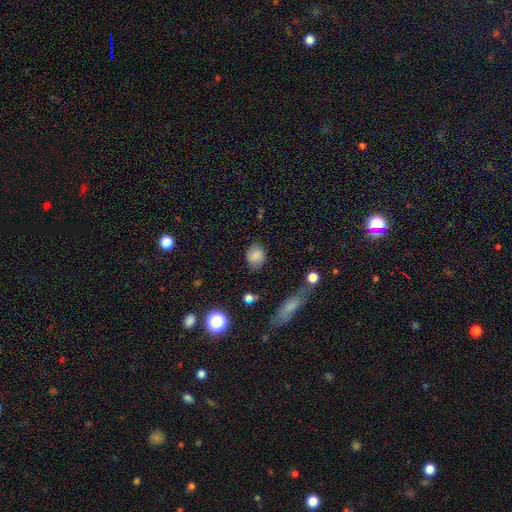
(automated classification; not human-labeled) smooth-or-featured: smooth: 80% | featured or disk: 11% | star or artifact: 9%
  how-rounded: round: 53% | in between: 46% | cigar-shaped: 2%
  merging: none: 76% | minor disturbance: 17% | major disturbance: 4% | merger: 3%